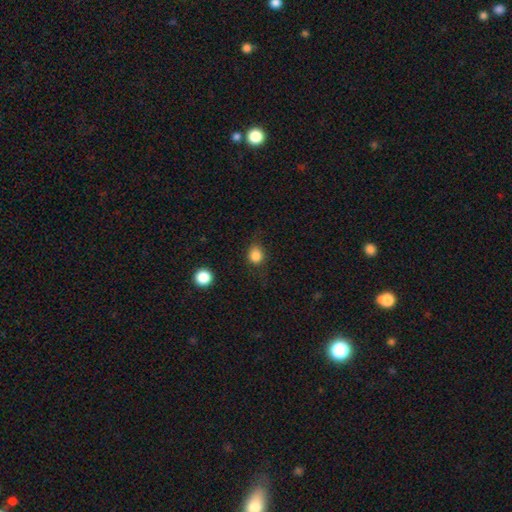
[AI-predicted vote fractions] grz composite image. It shows a smooth galaxy with no disk features (84%) that is round (78%). Merging: none (75%).